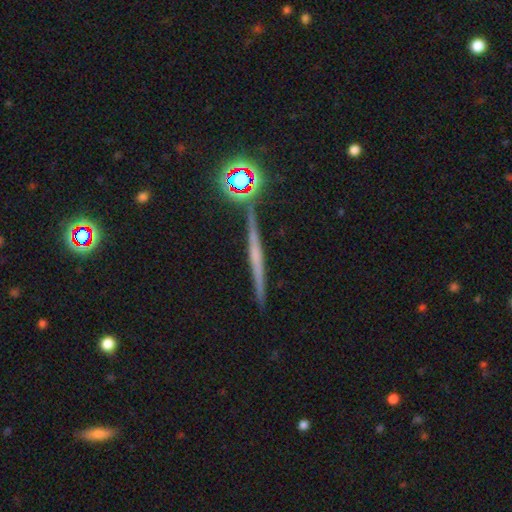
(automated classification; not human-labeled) Smooth or featured?
  - featured or disk: 53% *
  - smooth: 27%
  - star or artifact: 21%
Edge-on disk?
  - yes: 96% *
  - no: 4%
Edge-on bulge?
  - none: 68% *
  - rounded: 22%
  - boxy: 11%
Merging?
  - none: 88% *
  - minor disturbance: 7%
  - merger: 3%
  - major disturbance: 2%